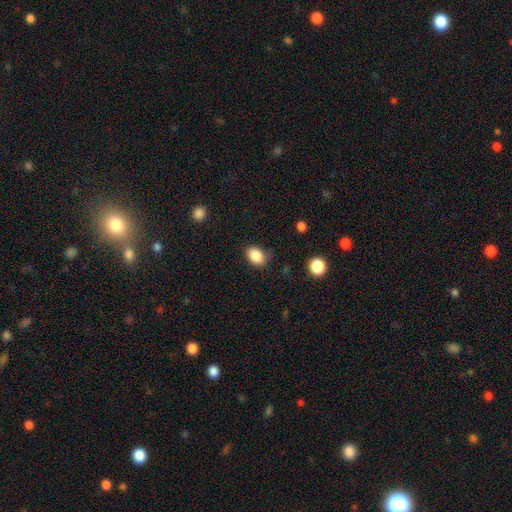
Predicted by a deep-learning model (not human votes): Q: Smooth or featured?
A: smooth (87%); runner-up: star or artifact (9%)
Q: How rounded?
A: in between (78%); runner-up: round (21%)
Q: Merging?
A: none (77%); runner-up: minor disturbance (17%)